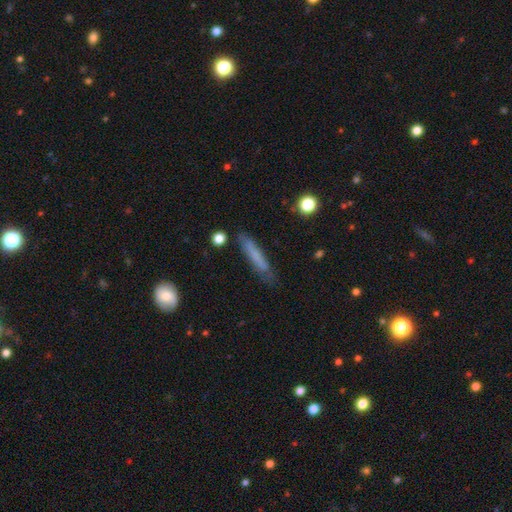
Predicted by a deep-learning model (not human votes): Morphology: type=smooth (66%); roundness=cigar-shaped (91%); merging=none (74%).